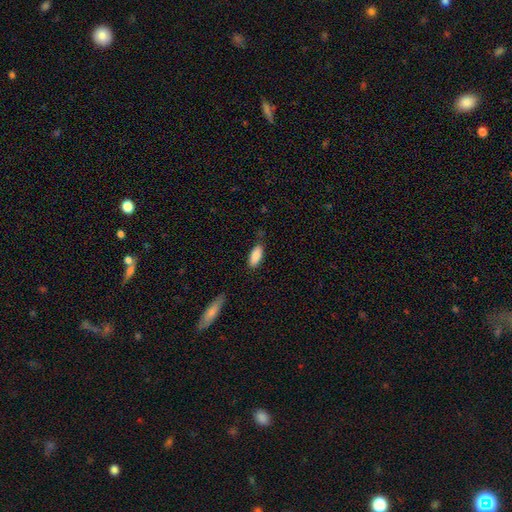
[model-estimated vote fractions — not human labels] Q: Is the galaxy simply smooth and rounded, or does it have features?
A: smooth — 88%.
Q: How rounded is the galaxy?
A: in between — 79%.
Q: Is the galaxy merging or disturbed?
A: none — 80%.